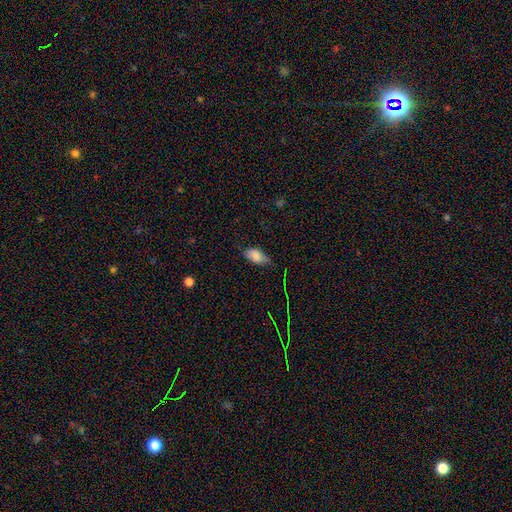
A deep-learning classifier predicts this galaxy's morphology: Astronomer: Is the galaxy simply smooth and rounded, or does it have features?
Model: smooth — 82%.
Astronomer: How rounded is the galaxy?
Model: in between — 91%.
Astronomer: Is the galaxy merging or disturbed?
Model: none — 56% (runner-up: minor disturbance, 34%).